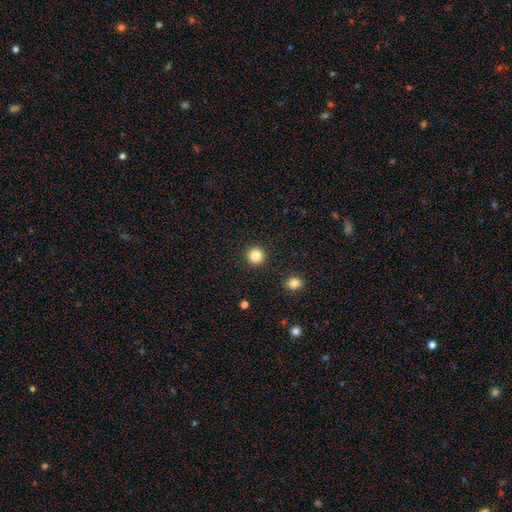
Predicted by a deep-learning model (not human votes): Q: Smooth or featured?
A: smooth (84%); runner-up: star or artifact (11%)
Q: How rounded?
A: round (95%); runner-up: in between (4%)
Q: Merging?
A: none (93%); runner-up: minor disturbance (4%)